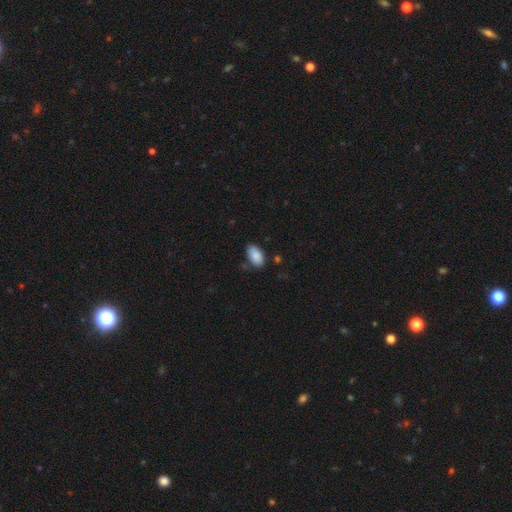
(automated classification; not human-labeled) A smooth galaxy with no disk features (88%) that is in between round and cigar-shaped (95%). Merging: none (76%).